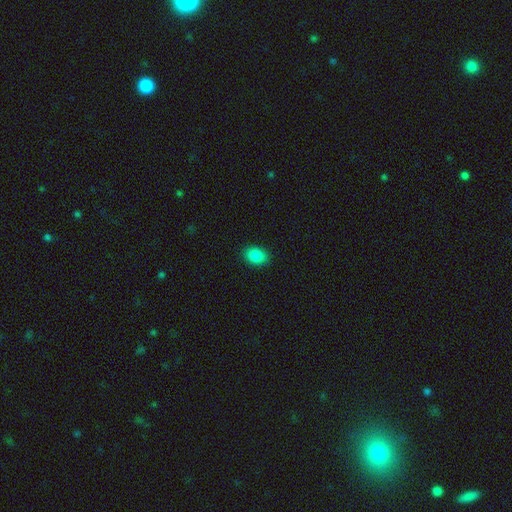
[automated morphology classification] This appears to be a smooth galaxy with no disk features (88%) that is in between round and cigar-shaped (79%). Merging: none (90%).